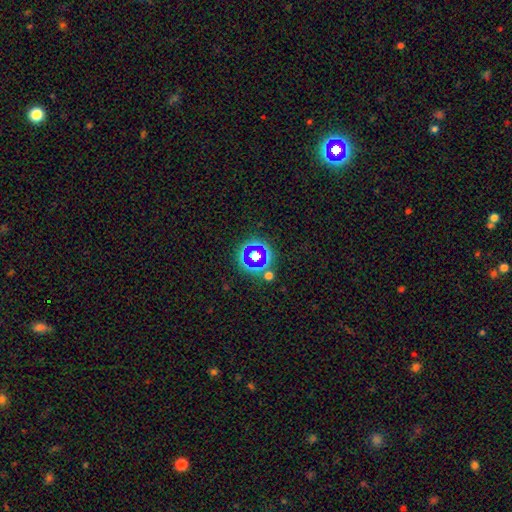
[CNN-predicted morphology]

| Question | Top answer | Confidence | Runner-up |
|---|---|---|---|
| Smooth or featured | star or artifact | 49% | smooth (32%) |